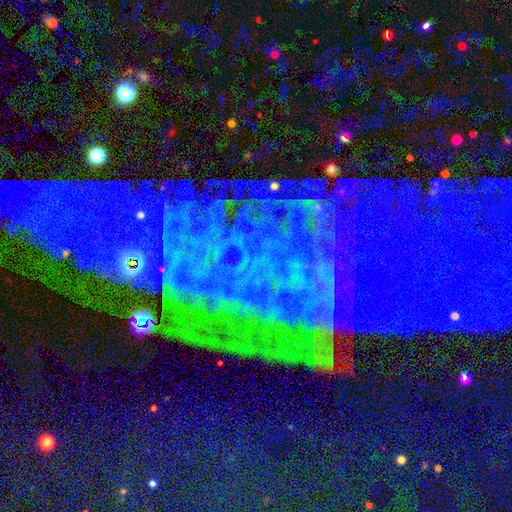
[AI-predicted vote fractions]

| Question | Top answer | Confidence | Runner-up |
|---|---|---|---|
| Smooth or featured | star or artifact | 77% | featured or disk (14%) |